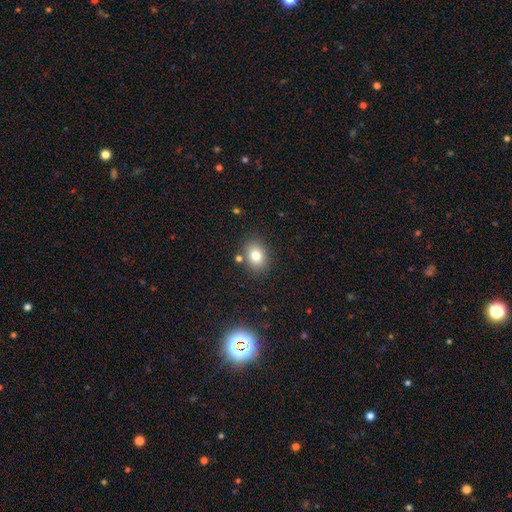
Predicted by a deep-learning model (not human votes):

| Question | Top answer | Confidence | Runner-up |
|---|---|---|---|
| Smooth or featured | smooth | 79% | star or artifact (11%) |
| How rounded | in between | 58% | round (41%) |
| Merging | none | 80% | minor disturbance (11%) |